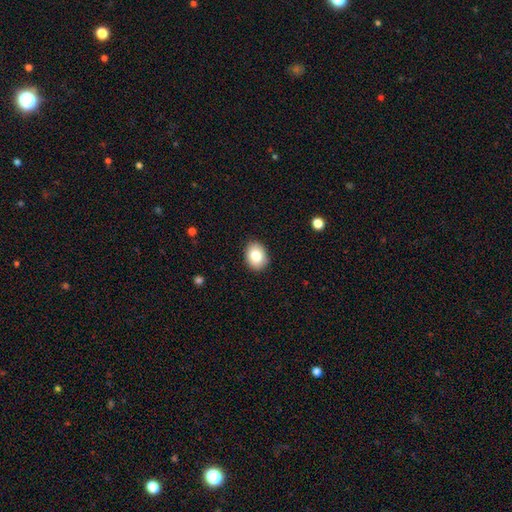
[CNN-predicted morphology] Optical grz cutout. It shows a smooth galaxy with no disk features (84%) that is in between round and cigar-shaped (65%). Merging: none (87%).